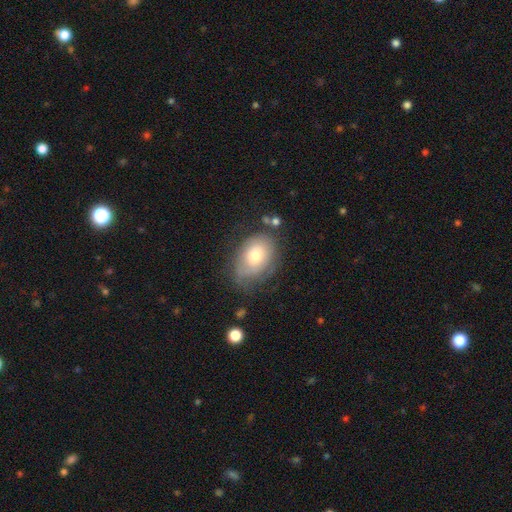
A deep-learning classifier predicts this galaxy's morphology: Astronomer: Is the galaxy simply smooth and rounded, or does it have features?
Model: smooth — 62%.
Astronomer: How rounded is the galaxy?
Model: in between — 78%.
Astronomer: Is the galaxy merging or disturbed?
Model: none — 56%.